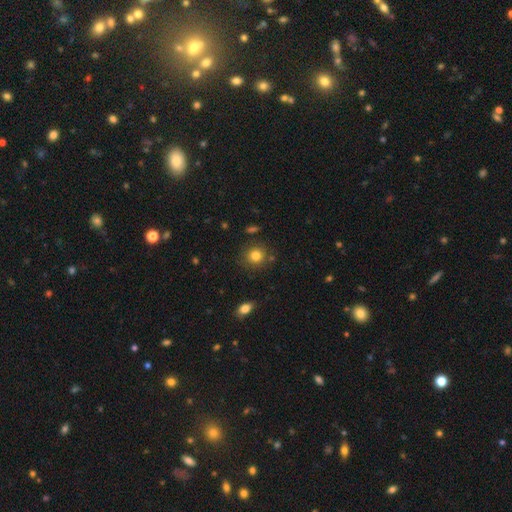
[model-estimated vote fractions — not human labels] Smooth or featured? smooth (82%)
How rounded? round (86%)
Merging? none (84%)